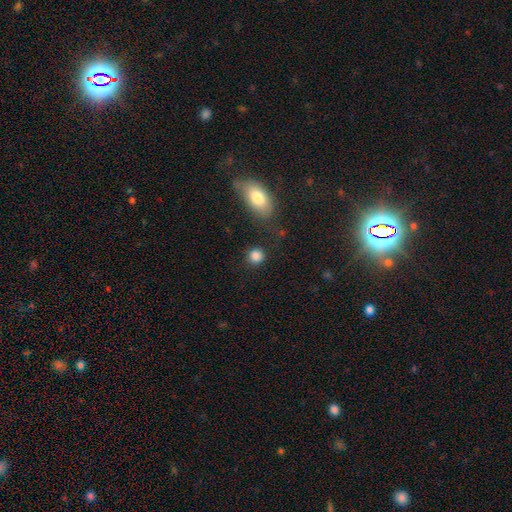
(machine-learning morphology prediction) Smooth or featured? Predicted: smooth (p=0.86). How rounded? Predicted: round (p=0.85). Merging? Predicted: none (p=0.81).